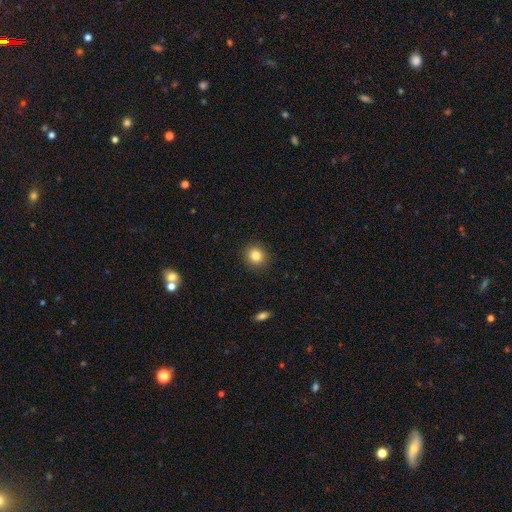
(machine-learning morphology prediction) Overall: smooth (83%). How rounded: round (88%). Merging: none (91%).